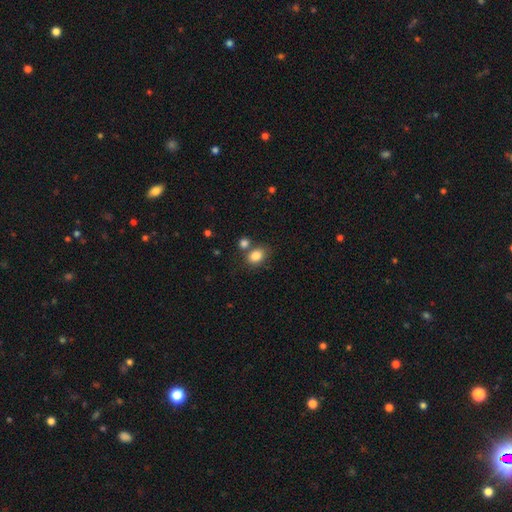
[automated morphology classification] Smooth or featured? Predicted: smooth (p=0.84). How rounded? Predicted: in between (p=0.67). Merging? Predicted: none (p=0.62).